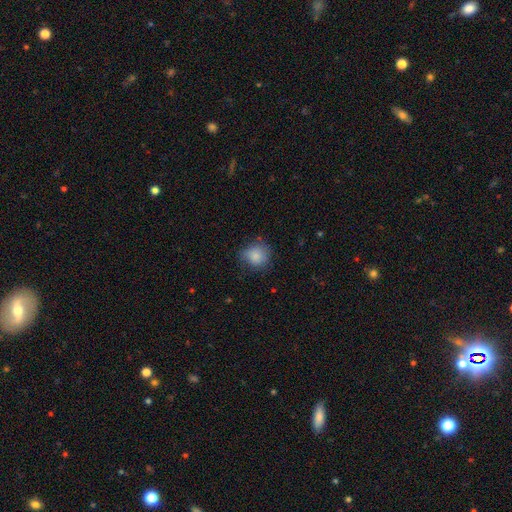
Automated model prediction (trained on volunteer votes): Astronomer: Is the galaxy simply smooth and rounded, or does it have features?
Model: smooth — 81%.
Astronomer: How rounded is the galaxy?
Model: round — 82%.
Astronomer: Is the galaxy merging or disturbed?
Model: none — 65%.